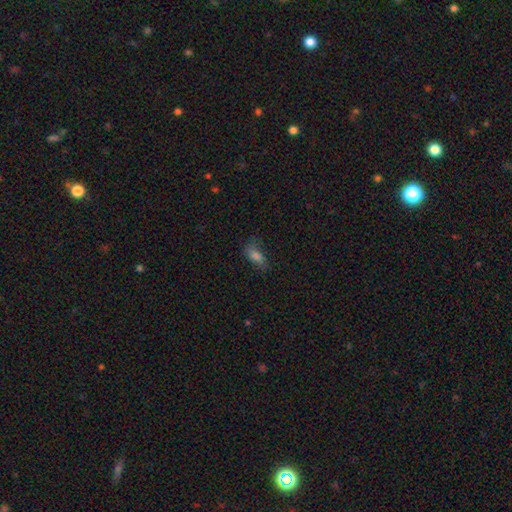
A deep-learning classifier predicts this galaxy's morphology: A smooth galaxy with no disk features (73%) that is in between round and cigar-shaped (81%).

Vote fractions:
- Smooth or featured? smooth: 73% / featured or disk: 14% / star or artifact: 13%
- How rounded? in between: 81% / cigar-shaped: 13% / round: 6%
- Merging? none: 61% / minor disturbance: 26% / major disturbance: 12% / merger: 2%